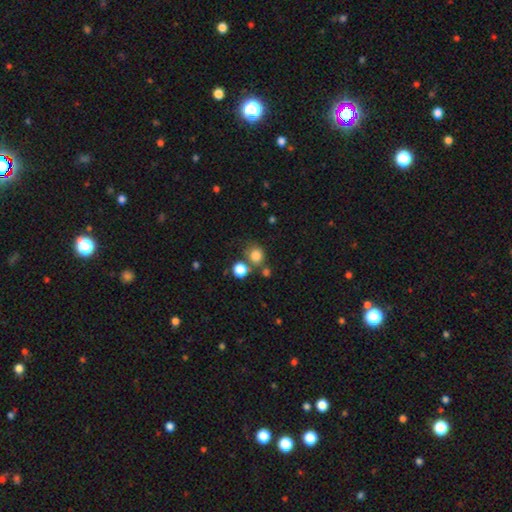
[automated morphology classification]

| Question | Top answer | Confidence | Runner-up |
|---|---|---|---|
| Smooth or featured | smooth | 80% | star or artifact (13%) |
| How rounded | round | 79% | in between (20%) |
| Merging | none | 62% | merger (20%) |